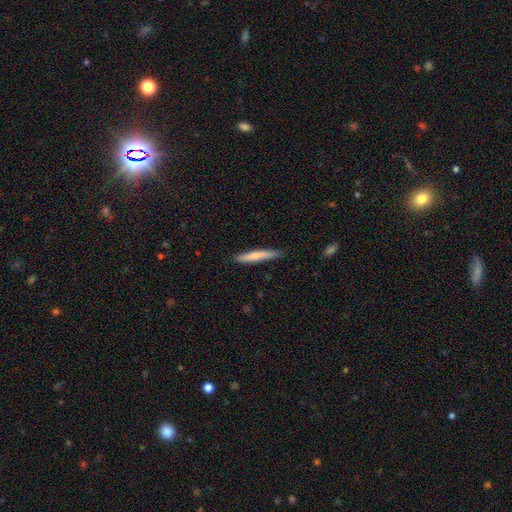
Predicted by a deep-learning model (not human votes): Smooth or featured: smooth — 68% (featured or disk — 27%)
How rounded: cigar-shaped — 94% (in between — 4%)
Merging: none — 87% (minor disturbance — 10%)